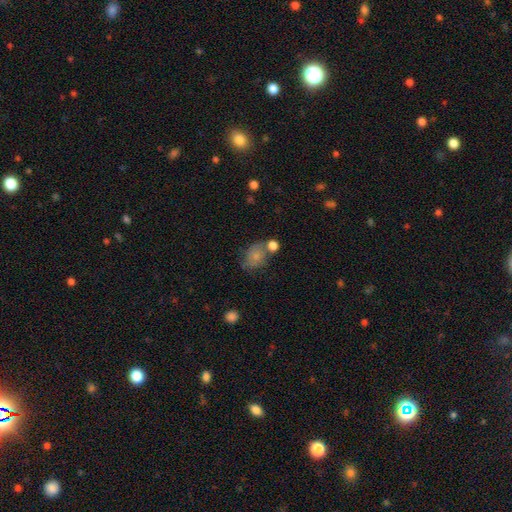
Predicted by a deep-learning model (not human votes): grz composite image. It shows a smooth galaxy with no disk features (73%) that is in between round and cigar-shaped (53%). Merging: none (49%).